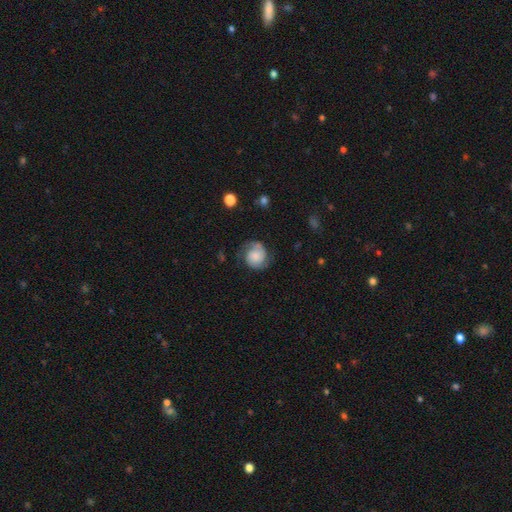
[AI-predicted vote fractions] Smooth or featured: featured or disk — 59% (smooth — 33%)
Edge-on disk: no — 98% (yes — 2%)
Bar: no — 75% (weak — 22%)
Spiral arms: yes — 93% (no — 7%)
Spiral winding: tight — 46% (medium — 38%)
Spiral arm count: 2 — 75% (1 — 11%)
Bulge size: small — 41% (moderate — 25%)
Merging: none — 66% (minor disturbance — 21%)